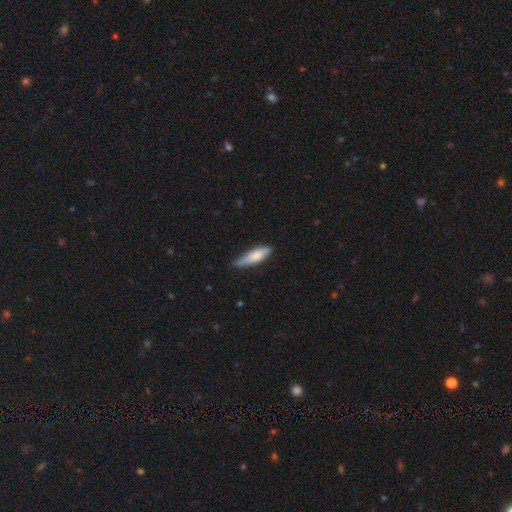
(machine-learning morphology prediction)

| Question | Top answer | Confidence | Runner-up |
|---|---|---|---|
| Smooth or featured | smooth | 75% | featured or disk (20%) |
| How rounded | cigar-shaped | 61% | in between (37%) |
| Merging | none | 58% | minor disturbance (35%) |